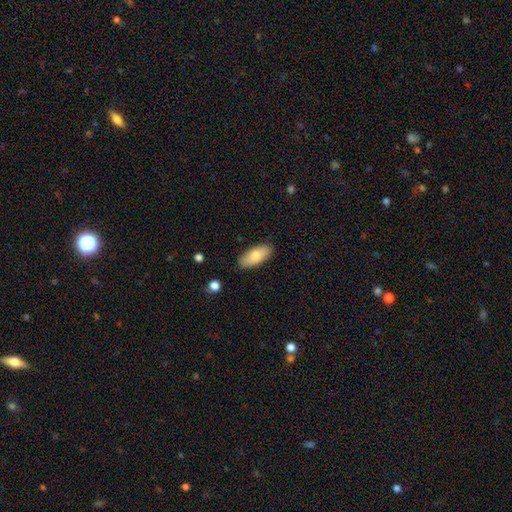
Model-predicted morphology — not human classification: A smooth galaxy with no disk features (79%) that is in between round and cigar-shaped (85%).

Vote fractions:
- Smooth or featured? smooth: 79% / featured or disk: 15% / star or artifact: 6%
- How rounded? in between: 85% / cigar-shaped: 13% / round: 2%
- Merging? none: 87% / minor disturbance: 10% / major disturbance: 2% / merger: 1%